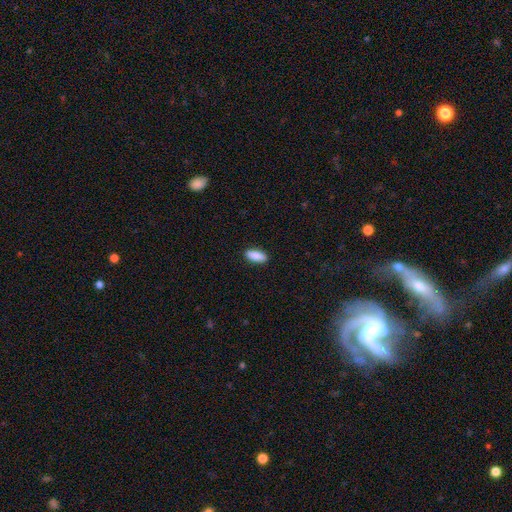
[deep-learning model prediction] A smooth galaxy with no disk features (89%) that is in between round and cigar-shaped (76%).

Vote fractions:
- Smooth or featured? smooth: 89% / star or artifact: 6% / featured or disk: 5%
- How rounded? in between: 76% / cigar-shaped: 21% / round: 2%
- Merging? none: 90% / minor disturbance: 8% / major disturbance: 2% / merger: 1%